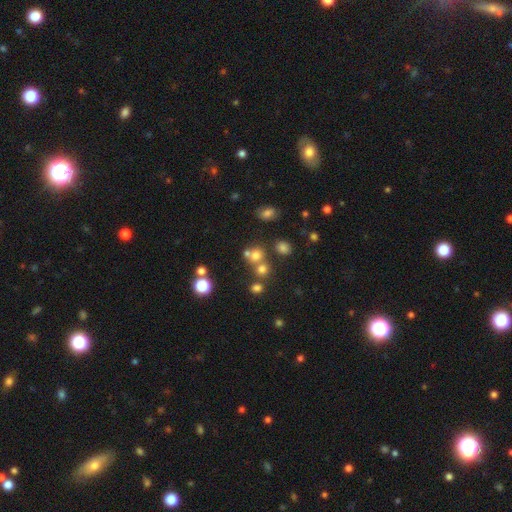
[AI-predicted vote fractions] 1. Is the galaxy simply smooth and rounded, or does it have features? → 67% smooth, 22% star or artifact, 11% featured or disk.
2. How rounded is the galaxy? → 83% round, 15% in between, 1% cigar-shaped.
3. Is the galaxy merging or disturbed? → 54% none, 33% merger, 8% minor disturbance, 4% major disturbance.